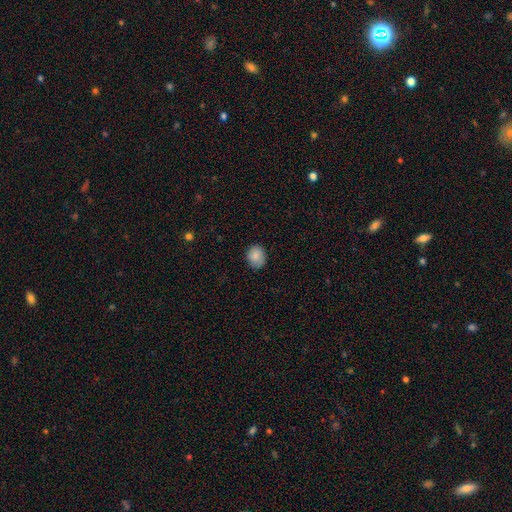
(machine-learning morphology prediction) Overall: smooth (86%). How rounded: round (58%; in between 41%). Merging: none (82%).